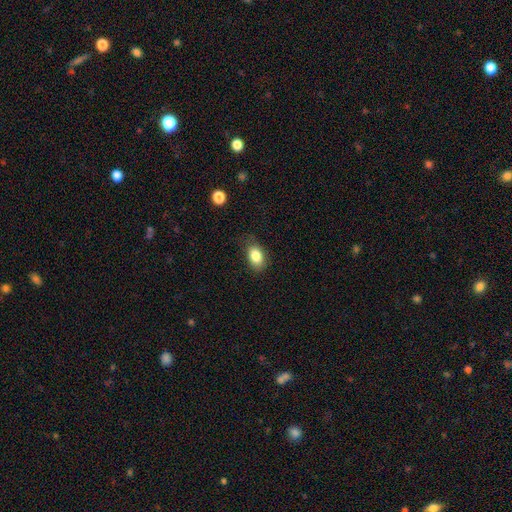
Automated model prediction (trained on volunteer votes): The model was most divided on "merging": none: 77%, minor disturbance: 18%, major disturbance: 4%, merger: 1%. More confident: how rounded — in between (87%); smooth or featured — smooth (84%).